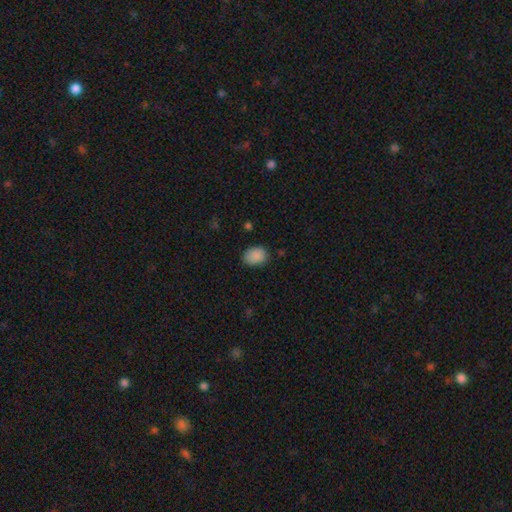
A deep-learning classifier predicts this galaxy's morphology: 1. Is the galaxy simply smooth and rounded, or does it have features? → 89% smooth, 8% star or artifact, 3% featured or disk.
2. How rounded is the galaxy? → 71% in between, 29% round, 1% cigar-shaped.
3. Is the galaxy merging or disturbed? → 78% none, 18% minor disturbance, 3% major disturbance, 1% merger.